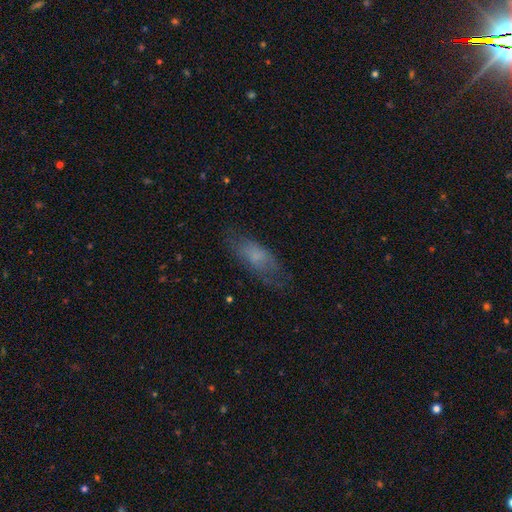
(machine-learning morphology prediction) smooth_or_featured: smooth (p=0.64) [alt: featured or disk p=0.27]
how_rounded: in between (p=0.71) [alt: cigar-shaped p=0.27]
merging: none (p=0.66) [alt: minor disturbance p=0.22]